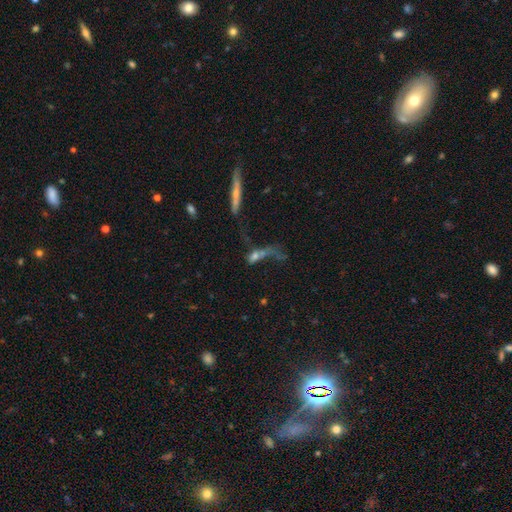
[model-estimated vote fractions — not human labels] Smooth or featured? smooth (45%)
Merging? merger (38%)